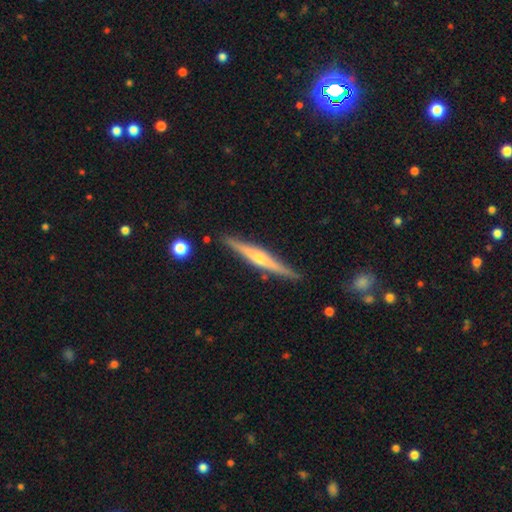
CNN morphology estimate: Smooth or featured?
  - featured or disk: 70% *
  - smooth: 24%
  - star or artifact: 6%
Edge-on disk?
  - yes: 98% *
  - no: 2%
Edge-on bulge?
  - rounded: 75% *
  - none: 17%
  - boxy: 8%
Merging?
  - none: 89% *
  - minor disturbance: 8%
  - merger: 2%
  - major disturbance: 1%